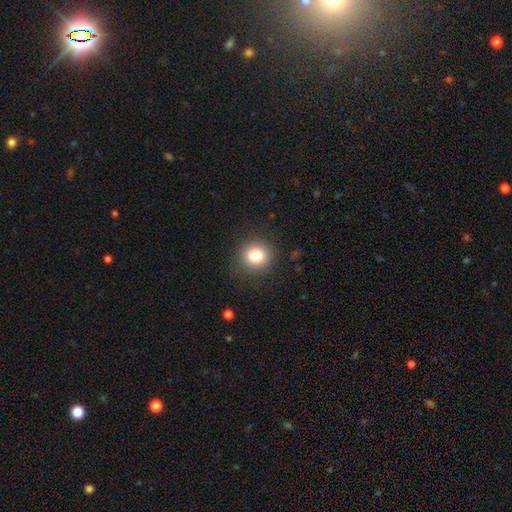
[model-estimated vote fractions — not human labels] Morphology: type=smooth (80%); roundness=round (89%); merging=none (88%).